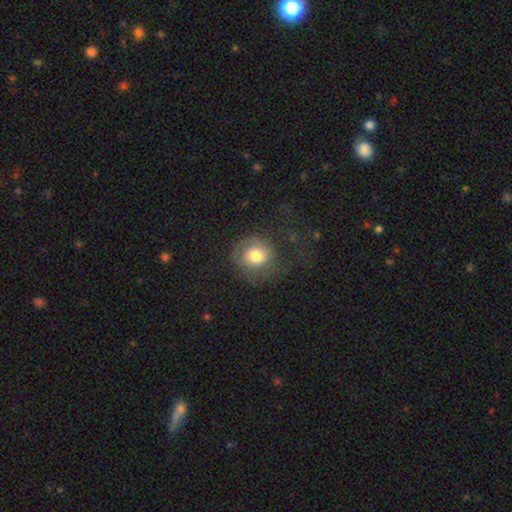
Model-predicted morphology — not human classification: smooth_or_featured: smooth (p=0.64) [alt: featured or disk p=0.27]
how_rounded: round (p=0.81) [alt: in between p=0.18]
merging: none (p=0.49) [alt: major disturbance p=0.30]